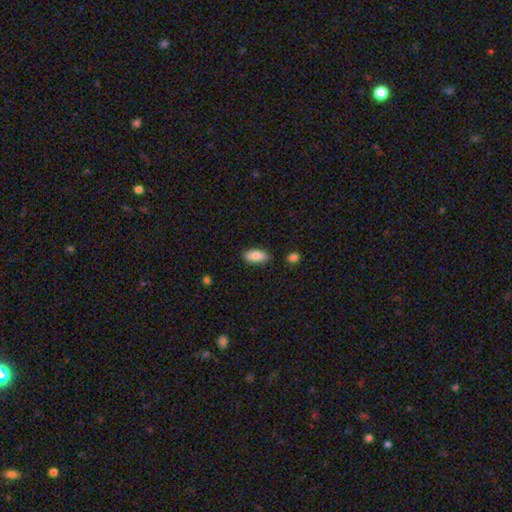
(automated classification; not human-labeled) Smooth or featured: smooth — 82% (featured or disk — 11%)
How rounded: in between — 90% (cigar-shaped — 8%)
Merging: none — 85% (minor disturbance — 11%)